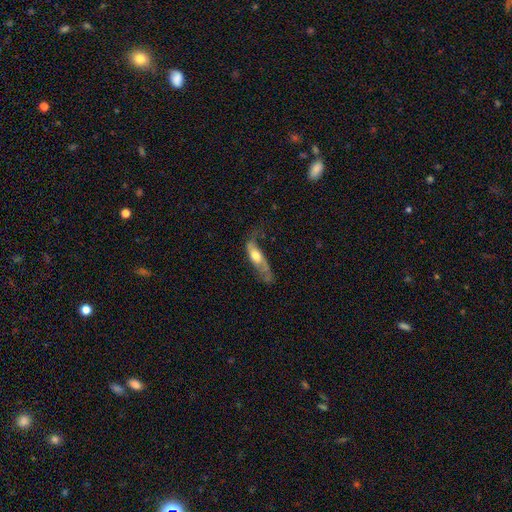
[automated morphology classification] smooth-or-featured: featured or disk: 53% | smooth: 41% | star or artifact: 6%
  disk-edge-on: no: 65% | yes: 35%
  merging: none: 40% | minor disturbance: 30% | major disturbance: 27% | merger: 3%